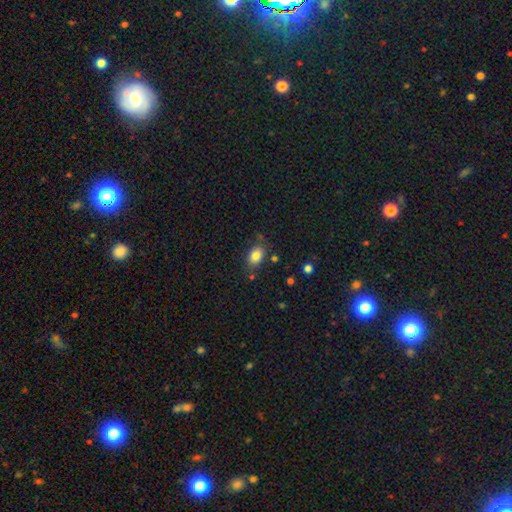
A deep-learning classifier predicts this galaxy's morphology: Q: Smooth or featured?
A: smooth (83%); runner-up: star or artifact (9%)
Q: How rounded?
A: in between (82%); runner-up: round (16%)
Q: Merging?
A: none (78%); runner-up: minor disturbance (14%)